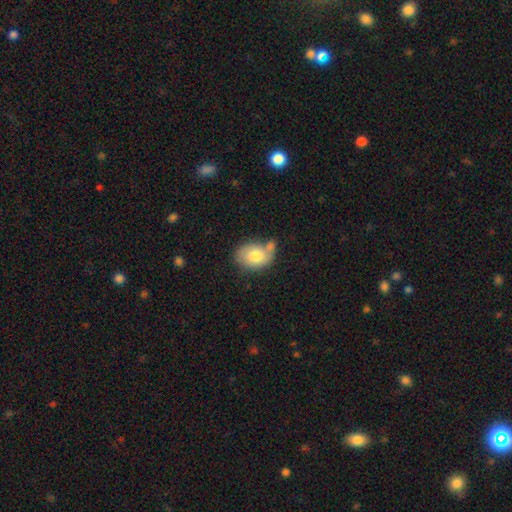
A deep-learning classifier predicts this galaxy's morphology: Smooth or featured? Predicted: smooth (p=0.76). How rounded? Predicted: in between (p=0.68). Merging? Predicted: none (p=0.46).